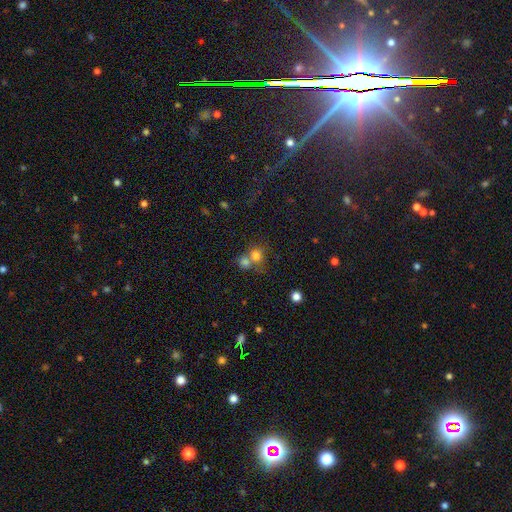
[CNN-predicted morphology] Smooth or featured? Predicted: smooth (p=0.75). How rounded? Predicted: round (p=0.82). Merging? Predicted: merger (p=0.50).